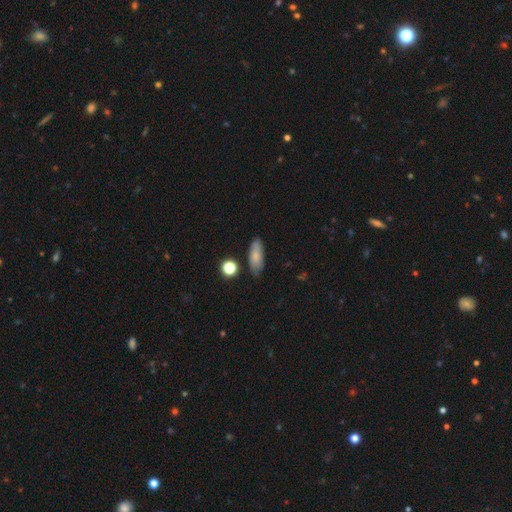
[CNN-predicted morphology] smooth 77%, featured or disk 15%, star or artifact 8%. Down the decision tree: how rounded — in between (71%); merging — none (76%).